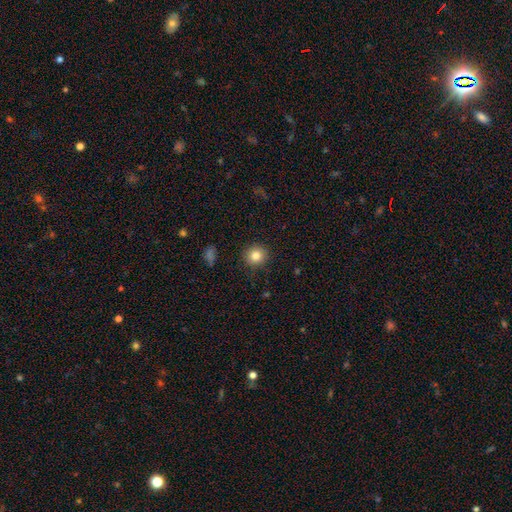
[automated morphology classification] smooth 83%, star or artifact 10%, featured or disk 7%. Down the decision tree: how rounded — round (91%); merging — none (90%).